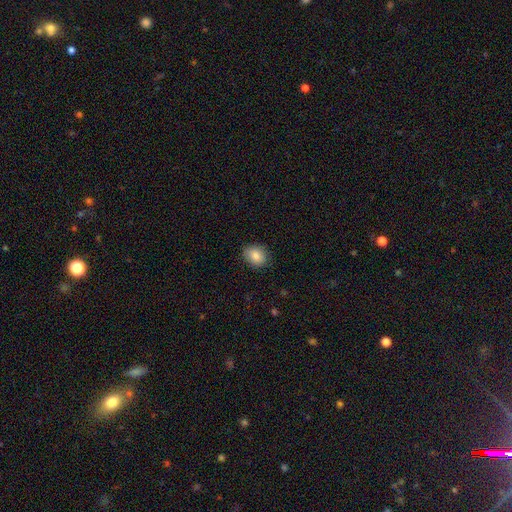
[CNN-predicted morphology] This appears to be a smooth galaxy with no disk features (85%) that is round (52%). Merging: none (84%).